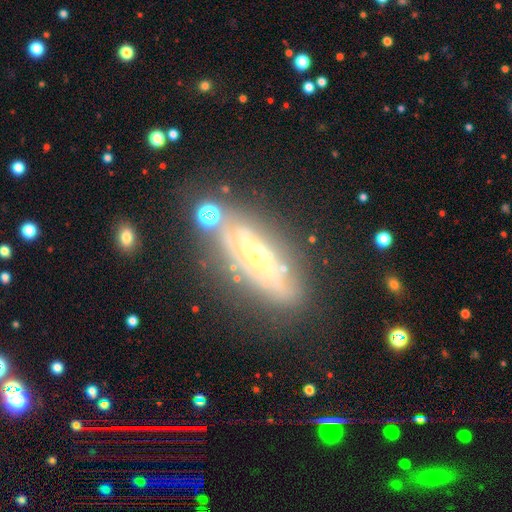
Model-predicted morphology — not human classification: featured or disk 75%, smooth 15%, star or artifact 10%. Down the decision tree: edge-on disk — yes (55%); merging — none (67%).